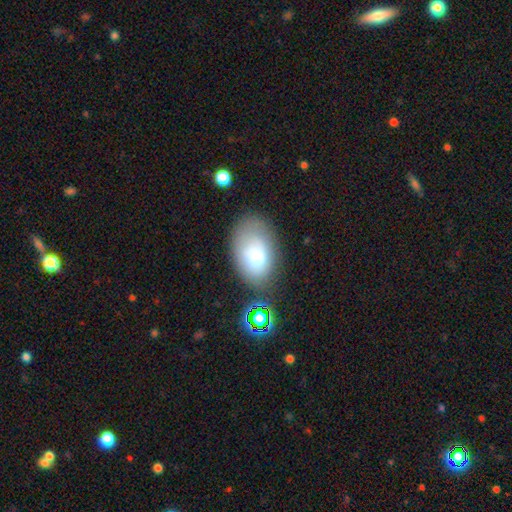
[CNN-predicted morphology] Smooth or featured? smooth (72%)
How rounded? in between (89%)
Merging? none (68%)